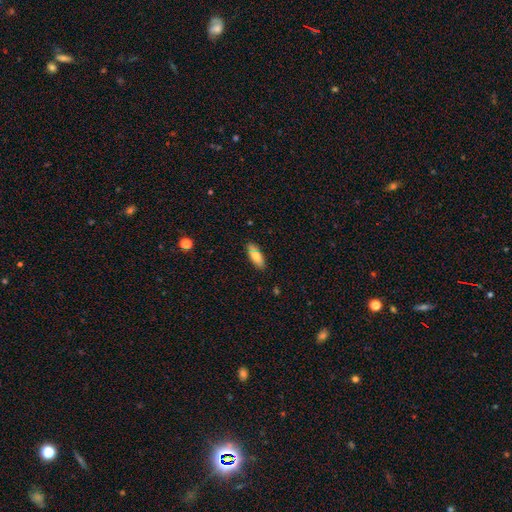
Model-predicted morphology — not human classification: Smooth or featured?
  - smooth: 76% *
  - featured or disk: 17%
  - star or artifact: 7%
How rounded?
  - in between: 73% *
  - cigar-shaped: 25%
  - round: 2%
Merging?
  - none: 80% *
  - minor disturbance: 15%
  - merger: 3%
  - major disturbance: 3%